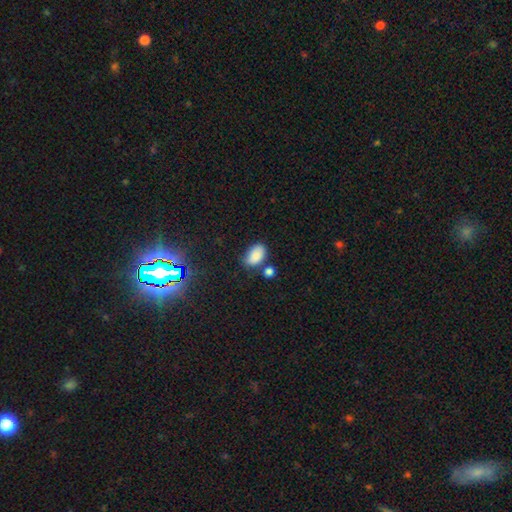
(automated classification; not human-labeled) Smooth or featured? Predicted: smooth (p=0.84). How rounded? Predicted: in between (p=0.91). Merging? Predicted: none (p=0.63).